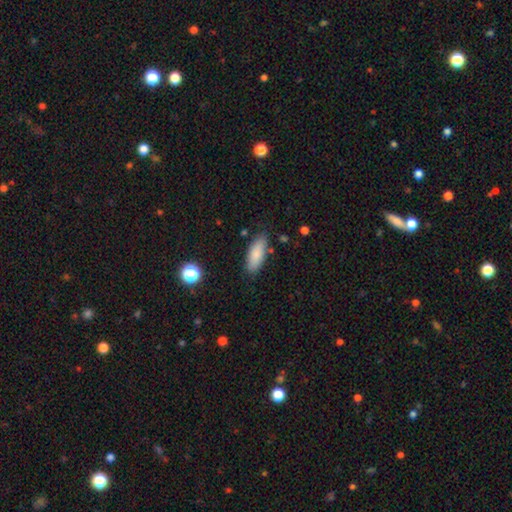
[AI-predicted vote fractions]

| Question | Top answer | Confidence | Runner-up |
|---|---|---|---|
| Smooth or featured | smooth | 85% | featured or disk (8%) |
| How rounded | in between | 74% | cigar-shaped (24%) |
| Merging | none | 81% | minor disturbance (13%) |